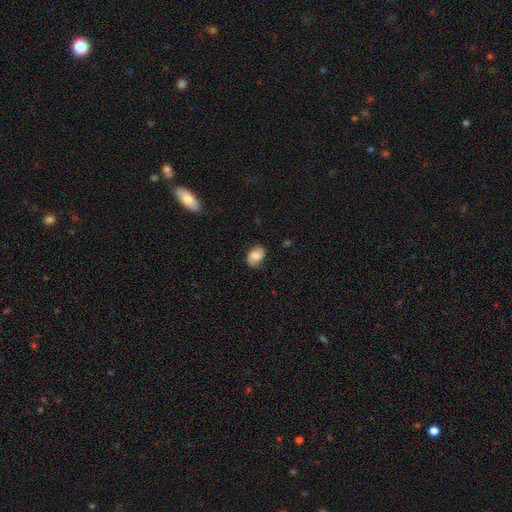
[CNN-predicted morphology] Overall: smooth (63%; featured or disk 28%). How rounded: in between (77%). Merging: none (73%).